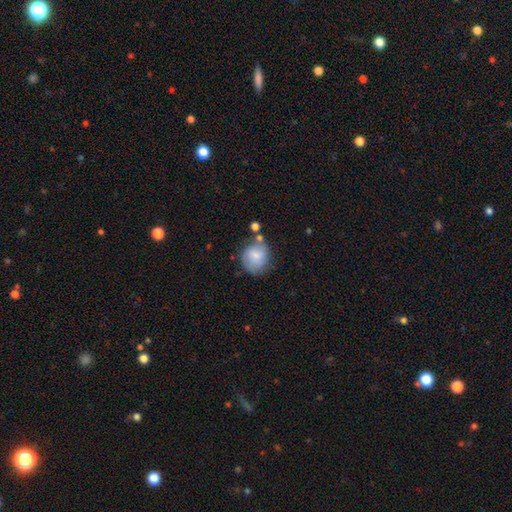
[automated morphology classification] Smooth or featured? Predicted: smooth (p=0.77). How rounded? Predicted: round (p=0.74). Merging? Predicted: none (p=0.60).